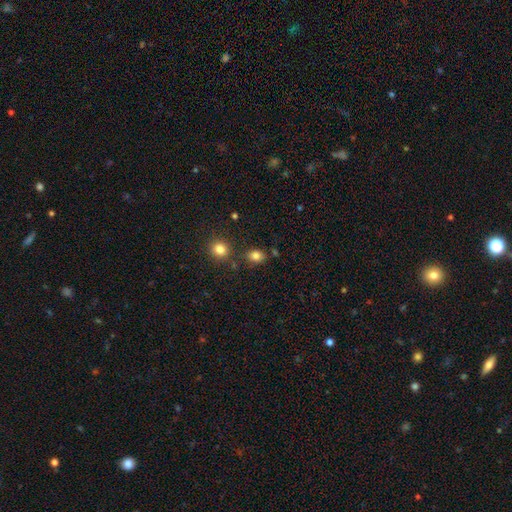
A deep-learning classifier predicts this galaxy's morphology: A smooth galaxy with no disk features (82%) that is in between round and cigar-shaped (58%). Merging: none (77%).